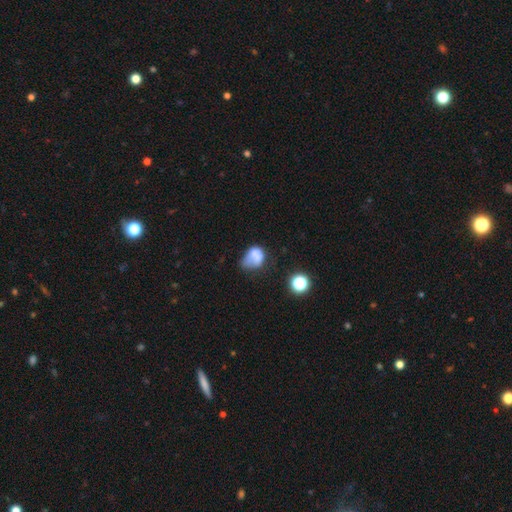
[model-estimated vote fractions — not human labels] Smooth or featured?
  - smooth: 65% *
  - featured or disk: 22%
  - star or artifact: 13%
How rounded?
  - in between: 62% *
  - round: 37%
  - cigar-shaped: 1%
Merging?
  - minor disturbance: 29% *
  - major disturbance: 26%
  - none: 25%
  - merger: 20%